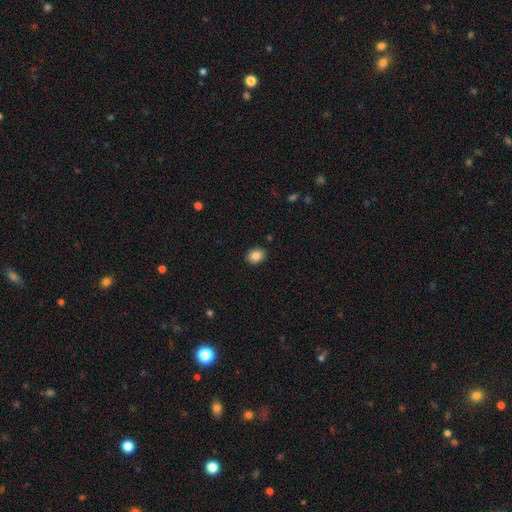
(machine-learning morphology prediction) Smooth or featured? Predicted: smooth (p=0.86). How rounded? Predicted: in between (p=0.55). Merging? Predicted: none (p=0.89).